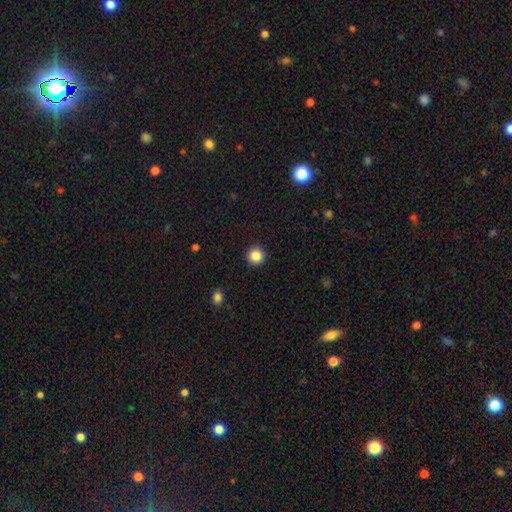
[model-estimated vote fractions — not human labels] Q: Smooth or featured?
A: smooth (85%); runner-up: star or artifact (10%)
Q: How rounded?
A: round (95%); runner-up: in between (4%)
Q: Merging?
A: none (93%); runner-up: minor disturbance (4%)